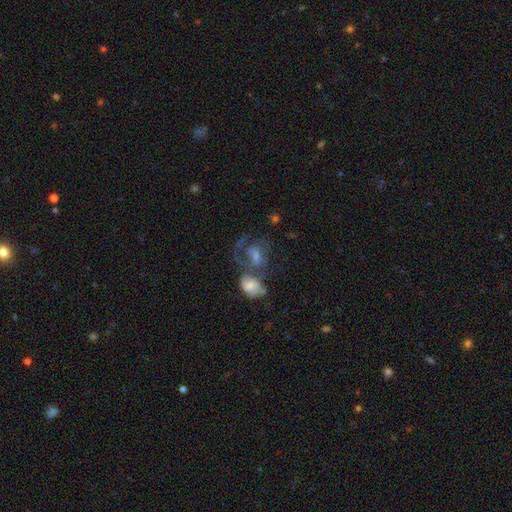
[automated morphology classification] Smooth or featured?
  - featured or disk: 57% *
  - smooth: 29%
  - star or artifact: 14%
Edge-on disk?
  - no: 96% *
  - yes: 4%
Bar?
  - no: 58% *
  - weak: 32%
  - strong: 9%
Spiral arms?
  - yes: 66% *
  - no: 34%
Bulge size?
  - moderate: 43% *
  - small: 30%
  - none: 14%
  - large: 10%
  - dominant: 2%
Merging?
  - merger: 51% *
  - none: 24%
  - major disturbance: 14%
  - minor disturbance: 11%